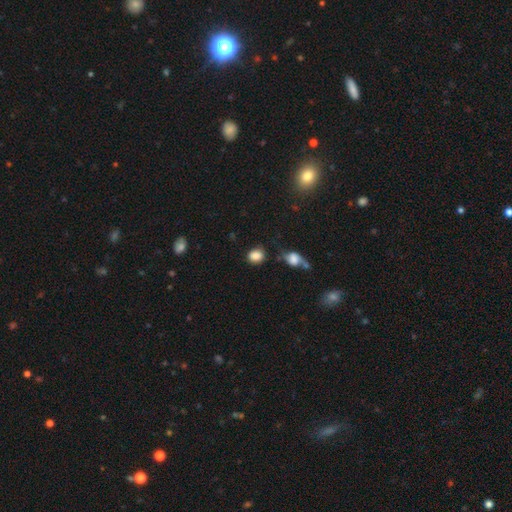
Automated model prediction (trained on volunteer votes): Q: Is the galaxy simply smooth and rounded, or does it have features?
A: smooth — 84%.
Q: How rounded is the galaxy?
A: round — 63%.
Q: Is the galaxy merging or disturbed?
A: none — 70%.